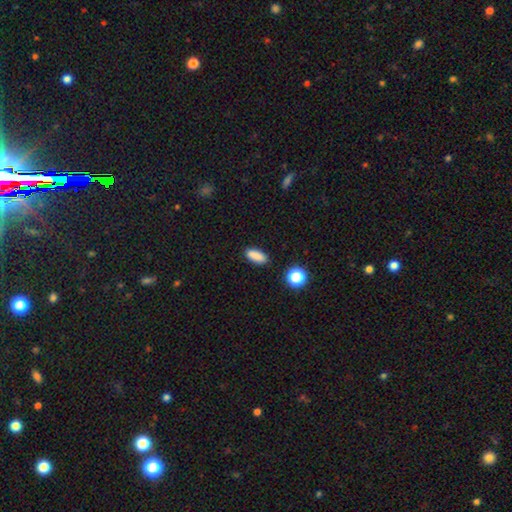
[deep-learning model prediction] A smooth galaxy with no disk features (86%) that is in between round and cigar-shaped (73%). Merging: none (88%).